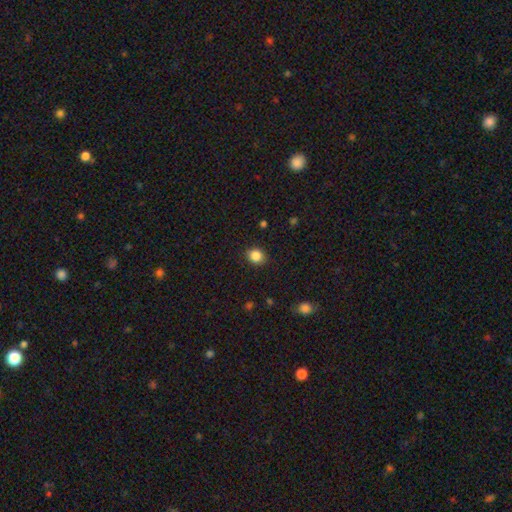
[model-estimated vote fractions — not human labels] Smooth or featured: smooth — 86% (star or artifact — 10%)
How rounded: round — 66% (in between — 33%)
Merging: none — 89% (minor disturbance — 8%)